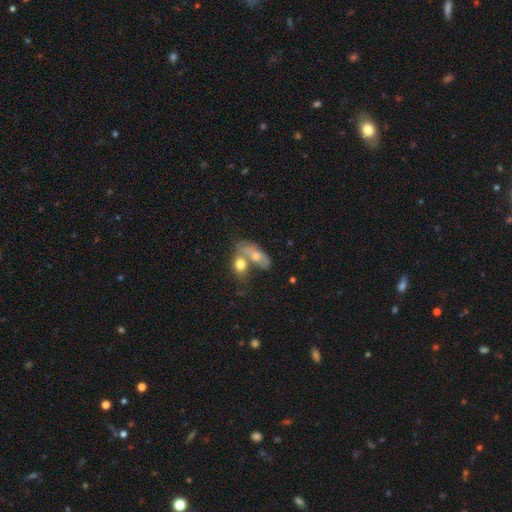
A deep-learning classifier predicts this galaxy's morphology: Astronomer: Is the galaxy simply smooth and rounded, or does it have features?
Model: smooth — 58% (runner-up: featured or disk, 34%).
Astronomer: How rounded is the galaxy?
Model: in between — 79%.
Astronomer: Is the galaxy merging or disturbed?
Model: merger — 52% (runner-up: none, 28%).